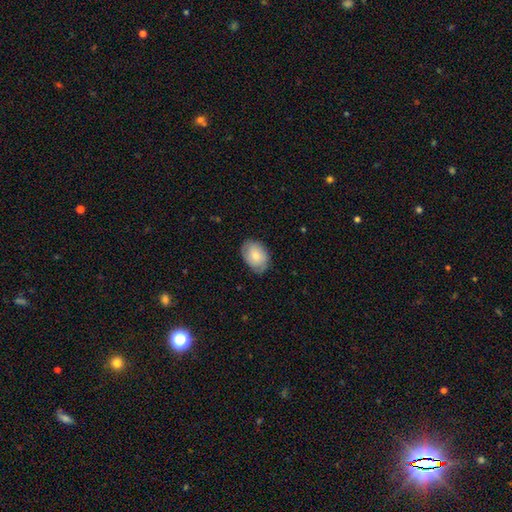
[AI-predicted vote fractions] Smooth or featured? smooth (71%)
How rounded? in between (76%)
Merging? none (74%)